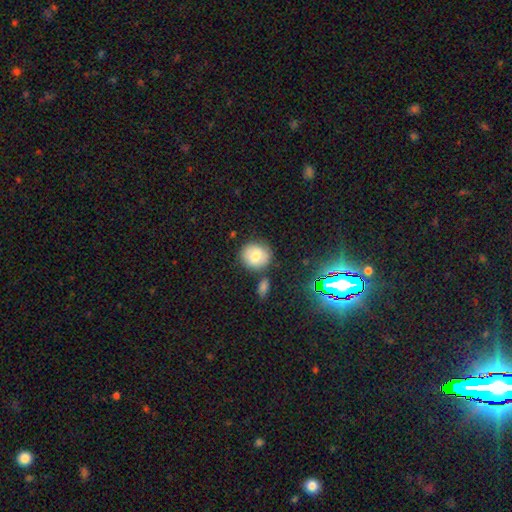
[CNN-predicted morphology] smooth_or_featured: smooth (p=0.76) [alt: featured or disk p=0.14]
how_rounded: round (p=0.81) [alt: in between p=0.18]
merging: none (p=0.76) [alt: minor disturbance p=0.12]